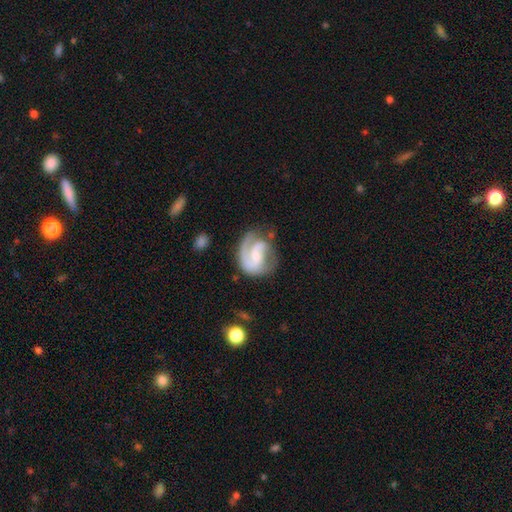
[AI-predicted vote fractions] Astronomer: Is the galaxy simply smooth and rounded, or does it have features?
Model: featured or disk — 84%.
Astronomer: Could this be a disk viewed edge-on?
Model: no — 98%.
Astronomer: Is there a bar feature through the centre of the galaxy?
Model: weak — 46% (runner-up: no, 39%).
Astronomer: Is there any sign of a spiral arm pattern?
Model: yes — 96%.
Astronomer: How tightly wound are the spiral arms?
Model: medium — 49% (runner-up: tight, 32%).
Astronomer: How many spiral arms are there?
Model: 2 — 62%.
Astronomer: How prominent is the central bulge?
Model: small — 54% (runner-up: moderate, 35%).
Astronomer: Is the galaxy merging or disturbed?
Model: none — 61%.